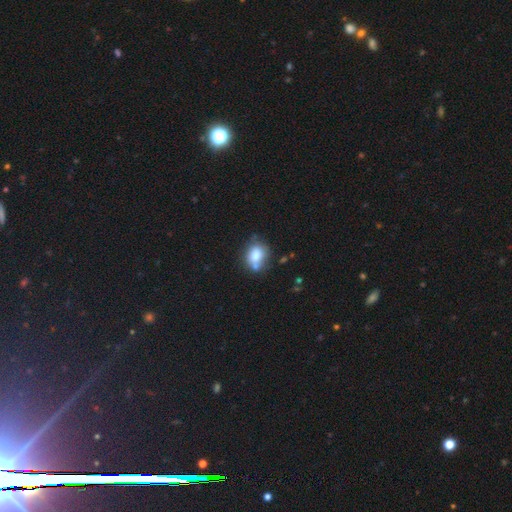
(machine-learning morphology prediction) Smooth or featured? Predicted: smooth (p=0.76). How rounded? Predicted: in between (p=0.62). Merging? Predicted: none (p=0.52).